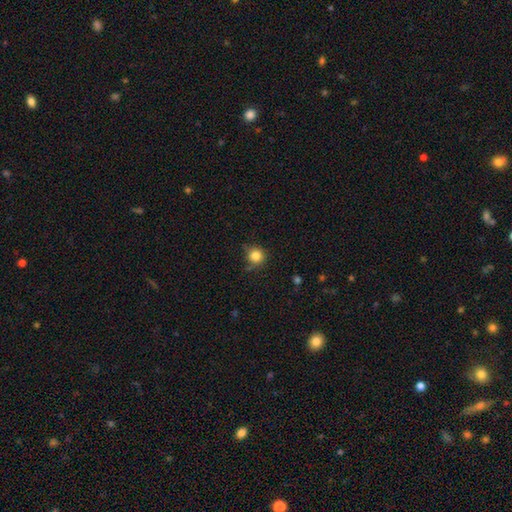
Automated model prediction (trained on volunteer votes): A smooth galaxy with no disk features (83%) that is round (92%). Merging: none (77%).